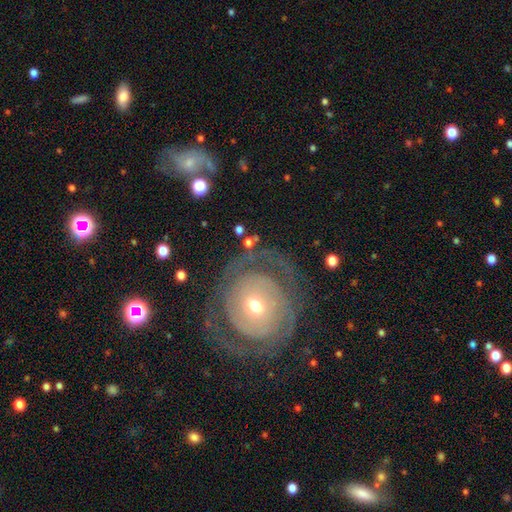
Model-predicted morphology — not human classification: smooth_or_featured: featured or disk (p=0.78) [alt: smooth p=0.14]
disk_edge_on: no (p=0.96) [alt: yes p=0.04]
bar: no (p=0.70) [alt: weak p=0.20]
has_spiral_arms: yes (p=0.81) [alt: no p=0.19]
spiral_winding: tight (p=0.77) [alt: medium p=0.17]
spiral_arm_count: can't tell (p=0.37) [alt: 2 p=0.30]
bulge_size: moderate (p=0.51) [alt: small p=0.43]
merging: none (p=0.75) [alt: minor disturbance p=0.13]